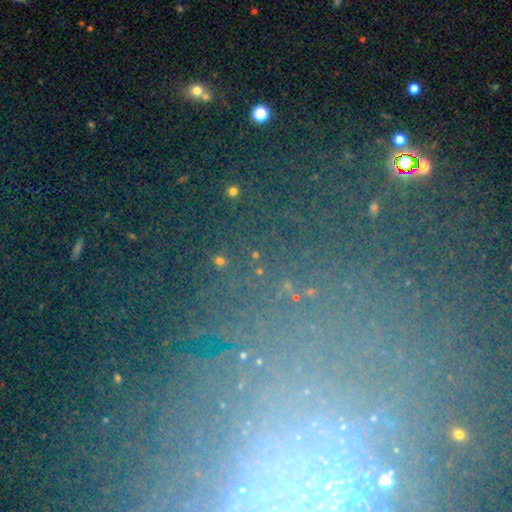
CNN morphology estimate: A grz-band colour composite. It shows a star or artifact, not a galaxy (65%).